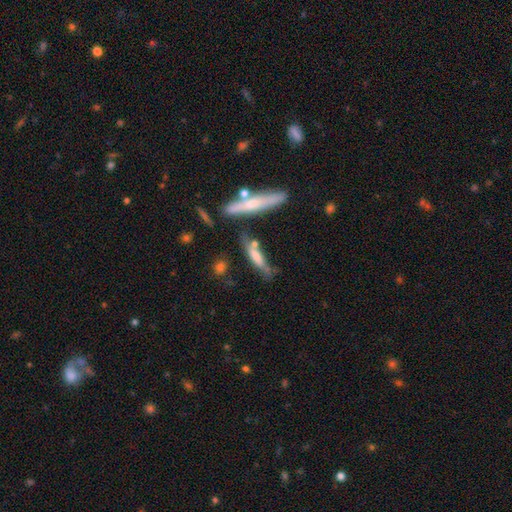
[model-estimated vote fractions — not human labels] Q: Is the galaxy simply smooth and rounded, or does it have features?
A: smooth — 54%.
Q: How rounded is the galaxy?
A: cigar-shaped — 79%.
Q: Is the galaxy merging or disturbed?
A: none — 55%.